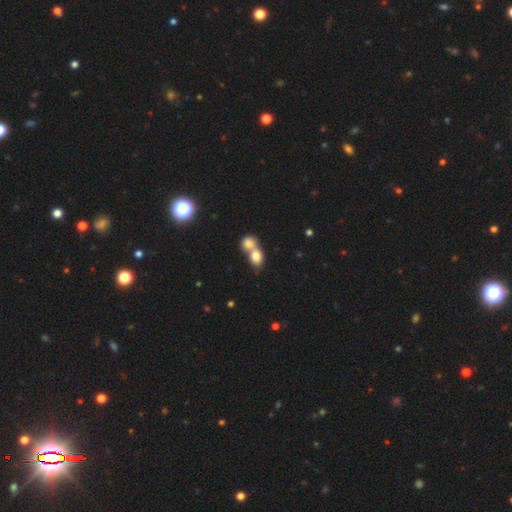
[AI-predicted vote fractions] The model was most divided on "how rounded": in between: 50%, round: 49%, cigar-shaped: 2%. More confident: smooth or featured — smooth (80%); merging — merger (69%).